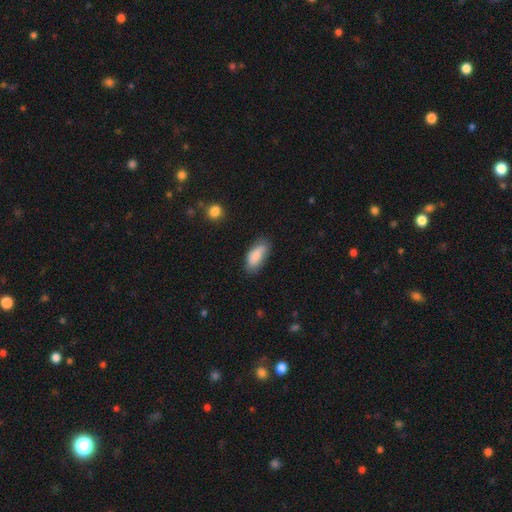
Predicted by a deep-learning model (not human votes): A smooth galaxy with no disk features (83%) that is in between round and cigar-shaped (85%).

Vote fractions:
- Smooth or featured? smooth: 83% / featured or disk: 10% / star or artifact: 7%
- How rounded? in between: 85% / cigar-shaped: 12% / round: 2%
- Merging? none: 69% / minor disturbance: 24% / major disturbance: 5% / merger: 2%